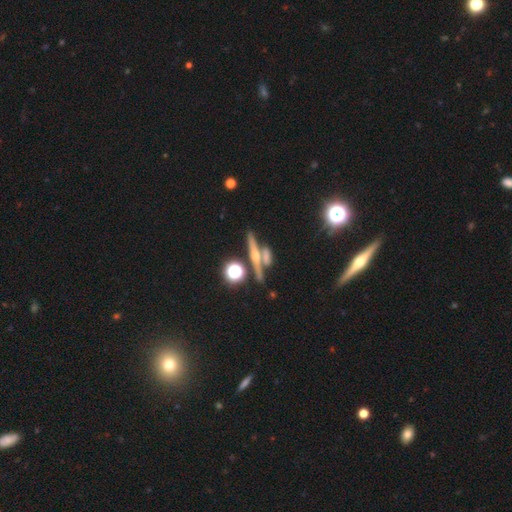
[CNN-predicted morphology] Smooth or featured? Predicted: featured or disk (p=0.61). Edge-on disk? Predicted: yes (p=0.90). Edge-on bulge? Predicted: rounded (p=0.79). Merging? Predicted: none (p=0.66).